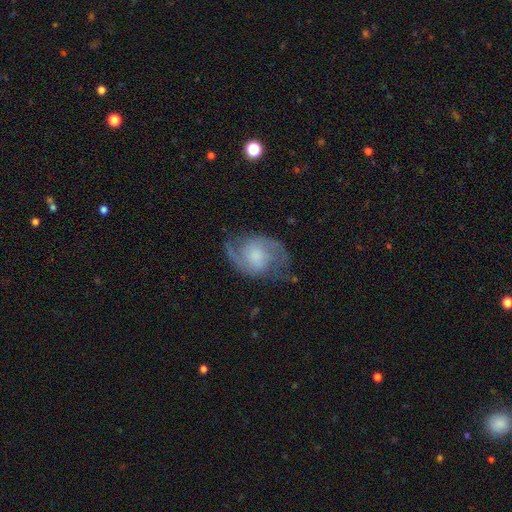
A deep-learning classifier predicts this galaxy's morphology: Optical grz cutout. It shows a featured or disk galaxy (79%) with no bar (60%), 2 (88%) medium (51%) spiral arms (94%) and a moderate central bulge (36%). Merging: none (67%).